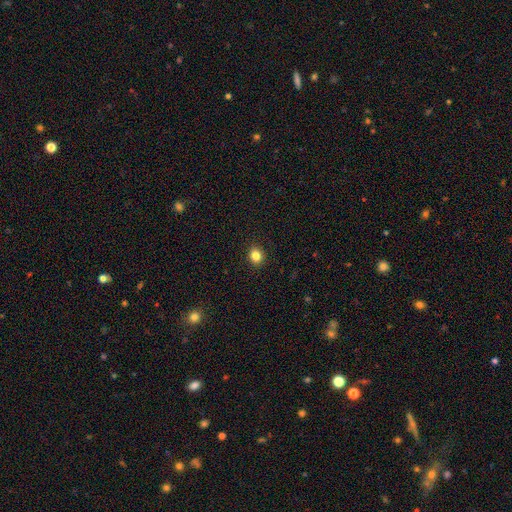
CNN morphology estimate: Smooth or featured? smooth (83%)
How rounded? round (77%)
Merging? none (92%)